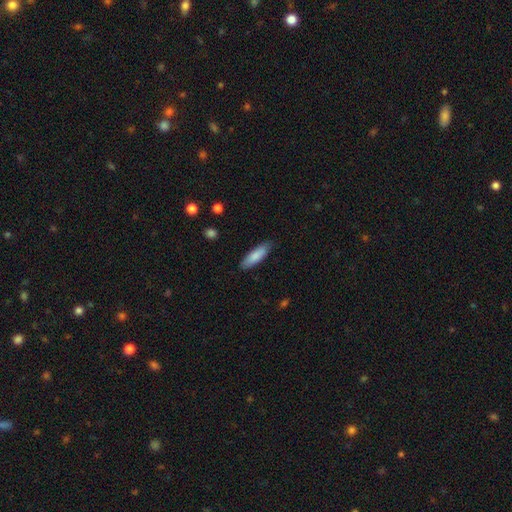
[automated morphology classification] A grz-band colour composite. It shows a smooth galaxy with no disk features (85%) that is cigar-shaped (57%). Merging: none (86%).